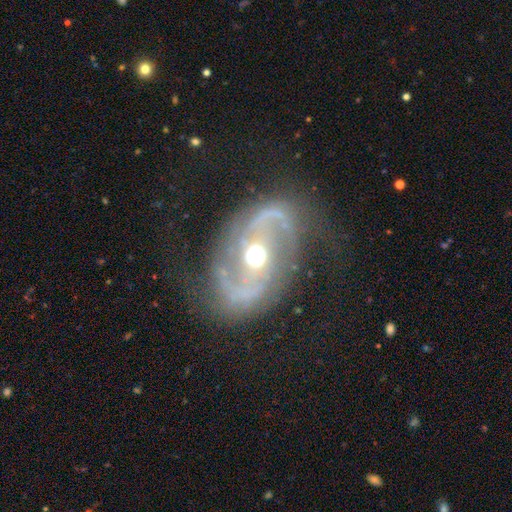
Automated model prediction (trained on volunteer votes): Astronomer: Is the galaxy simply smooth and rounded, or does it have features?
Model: featured or disk — 85%.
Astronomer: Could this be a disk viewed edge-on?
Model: no — 96%.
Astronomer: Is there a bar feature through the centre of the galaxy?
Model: no — 45% (runner-up: weak, 34%).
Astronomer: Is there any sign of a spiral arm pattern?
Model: yes — 85%.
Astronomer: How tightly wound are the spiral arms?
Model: medium — 43% (runner-up: loose, 40%).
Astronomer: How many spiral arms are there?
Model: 2 — 84%.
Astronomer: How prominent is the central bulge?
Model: moderate — 62%.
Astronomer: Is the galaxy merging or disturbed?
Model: none — 69%.